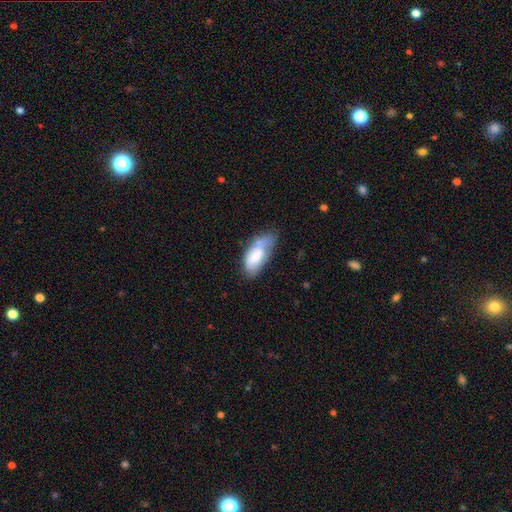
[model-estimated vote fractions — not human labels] smooth 65%, featured or disk 28%, star or artifact 7%. Down the decision tree: how rounded — in between (87%); merging — none (36%).